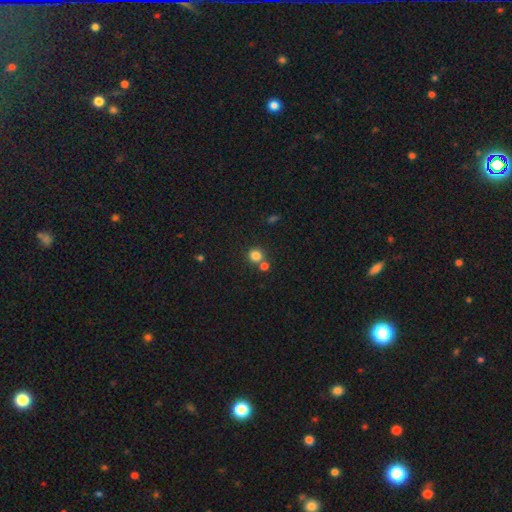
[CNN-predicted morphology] Smooth or featured: smooth — 82% (star or artifact — 12%)
How rounded: round — 90% (in between — 9%)
Merging: none — 65% (merger — 26%)